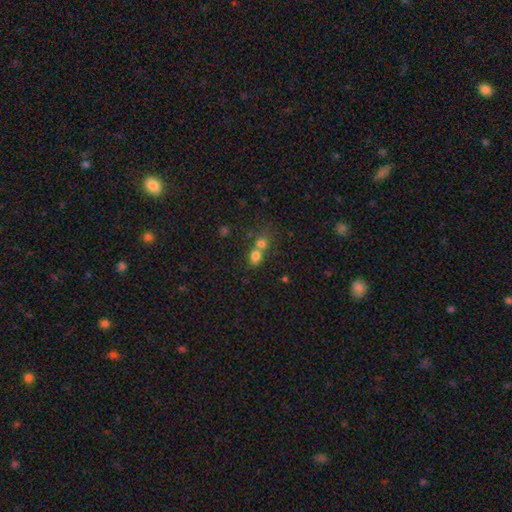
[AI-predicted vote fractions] smooth_or_featured: smooth (p=0.76) [alt: star or artifact p=0.14]
how_rounded: round (p=0.56) [alt: in between p=0.43]
merging: merger (p=0.55) [alt: none p=0.35]